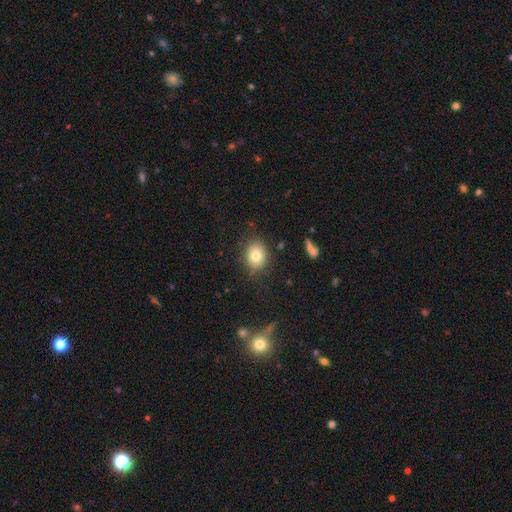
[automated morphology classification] Overall: smooth (78%). How rounded: round (55%; in between 44%). Merging: none (81%).